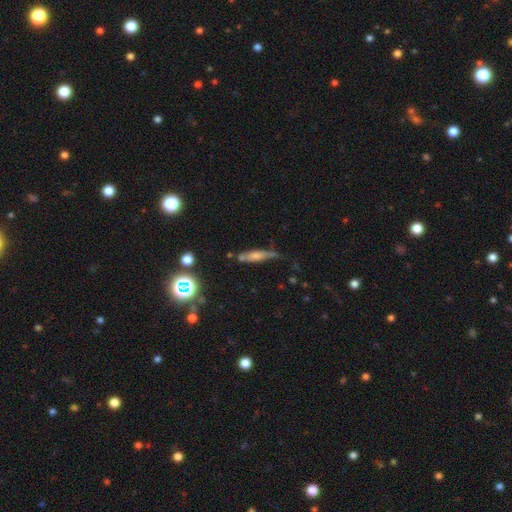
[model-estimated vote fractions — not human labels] Smooth or featured: smooth — 54% (featured or disk — 34%)
How rounded: cigar-shaped — 73% (in between — 24%)
Merging: none — 53% (minor disturbance — 29%)